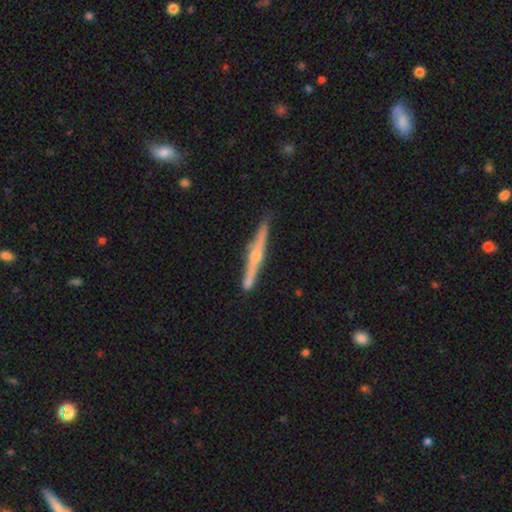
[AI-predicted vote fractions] Morphology: type=featured or disk (77%); edge-on=yes (98%); edge-on bulge=rounded (88%); merging=none (85%).